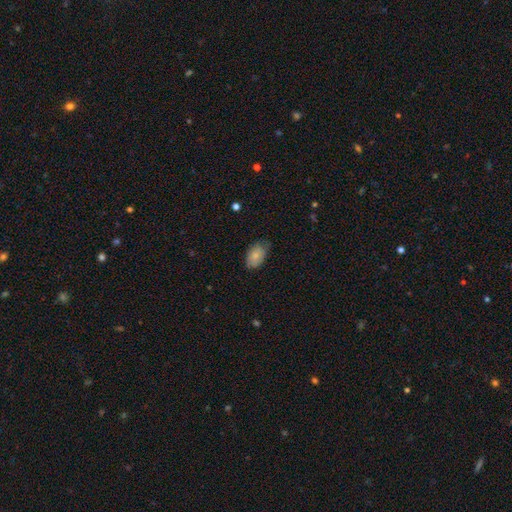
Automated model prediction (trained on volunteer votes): Smooth or featured?
  - smooth: 78% *
  - featured or disk: 15%
  - star or artifact: 7%
How rounded?
  - in between: 91% *
  - round: 8%
  - cigar-shaped: 2%
Merging?
  - none: 64% *
  - minor disturbance: 30%
  - major disturbance: 6%
  - merger: 1%